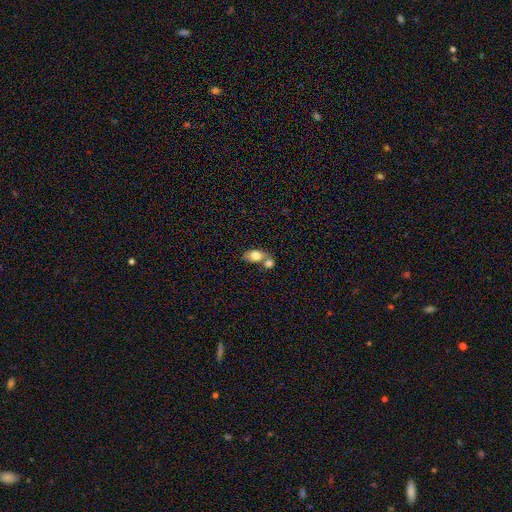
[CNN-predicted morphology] Smooth or featured? smooth (78%)
How rounded? in between (80%)
Merging? merger (53%)